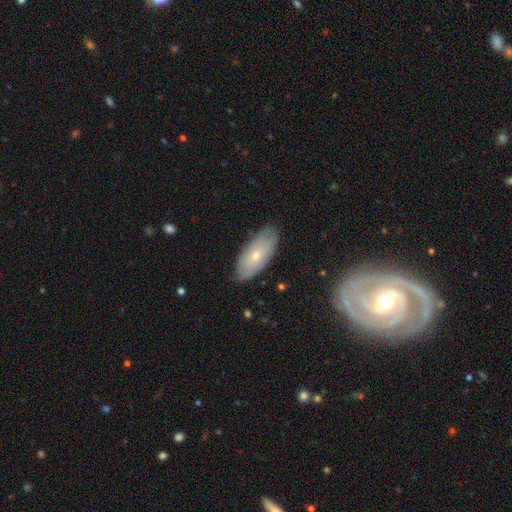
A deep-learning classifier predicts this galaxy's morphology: The model was most divided on "smooth or featured": smooth: 51%, featured or disk: 42%, star or artifact: 7%. More confident: how rounded — in between (87%); merging — none (82%).